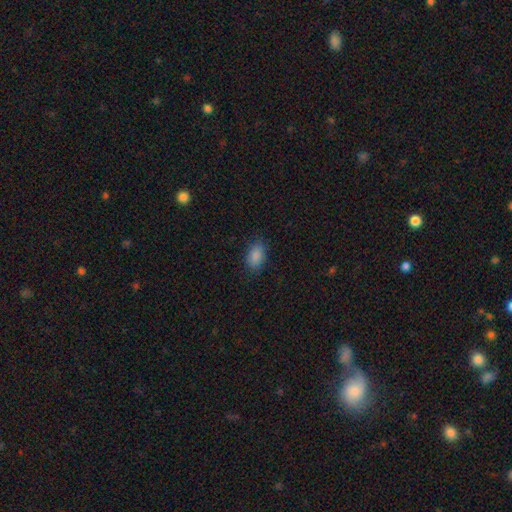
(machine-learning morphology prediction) Smooth or featured?
  - smooth: 87% *
  - star or artifact: 9%
  - featured or disk: 4%
How rounded?
  - in between: 89% *
  - round: 9%
  - cigar-shaped: 2%
Merging?
  - none: 83% *
  - minor disturbance: 13%
  - major disturbance: 3%
  - merger: 1%